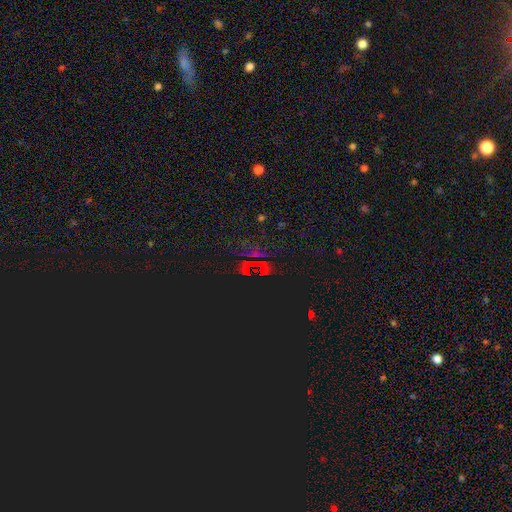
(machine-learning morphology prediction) Q: Smooth or featured?
A: star or artifact (80%); runner-up: smooth (13%)